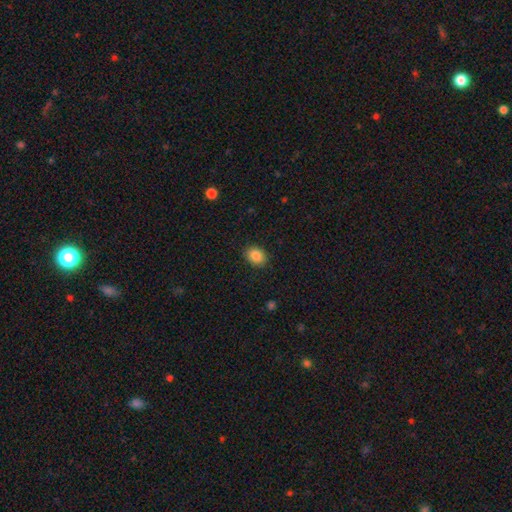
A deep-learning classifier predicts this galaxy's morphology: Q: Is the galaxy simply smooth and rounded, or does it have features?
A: smooth — 86%.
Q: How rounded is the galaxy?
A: in between — 54%.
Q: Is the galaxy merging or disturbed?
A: none — 89%.